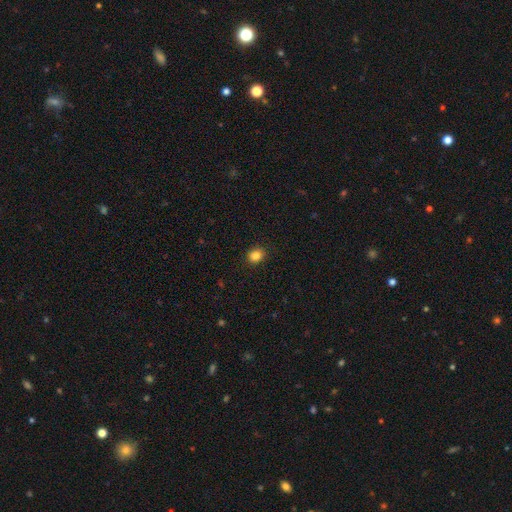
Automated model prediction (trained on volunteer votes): smooth-or-featured: smooth: 85% | star or artifact: 11% | featured or disk: 4%
  how-rounded: round: 71% | in between: 28% | cigar-shaped: 1%
  merging: none: 89% | minor disturbance: 7% | major disturbance: 2% | merger: 1%